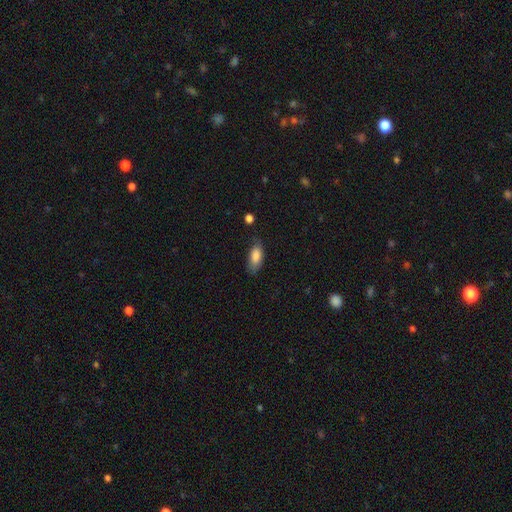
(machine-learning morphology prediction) smooth_or_featured: smooth (p=0.84) [alt: featured or disk p=0.10]
how_rounded: in between (p=0.85) [alt: cigar-shaped p=0.13]
merging: none (p=0.66) [alt: minor disturbance p=0.26]